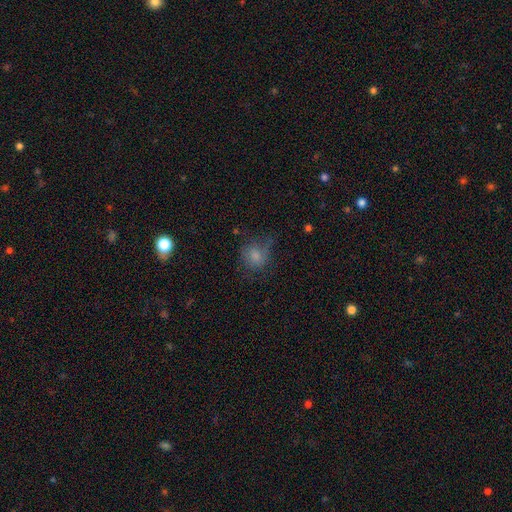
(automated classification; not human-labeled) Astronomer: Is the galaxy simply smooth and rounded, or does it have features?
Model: smooth — 75%.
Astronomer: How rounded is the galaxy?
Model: round — 71%.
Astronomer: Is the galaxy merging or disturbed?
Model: none — 52% (runner-up: minor disturbance, 28%).